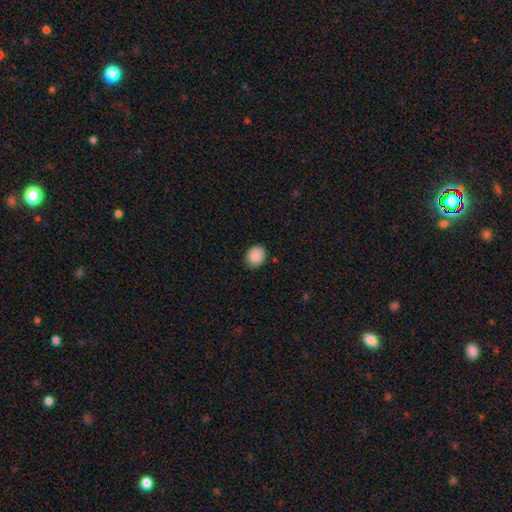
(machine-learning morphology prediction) A smooth galaxy with no disk features (89%) that is round (64%).

Vote fractions:
- Smooth or featured? smooth: 89% / star or artifact: 8% / featured or disk: 3%
- How rounded? round: 64% / in between: 35% / cigar-shaped: 1%
- Merging? none: 85% / minor disturbance: 12% / major disturbance: 2% / merger: 1%